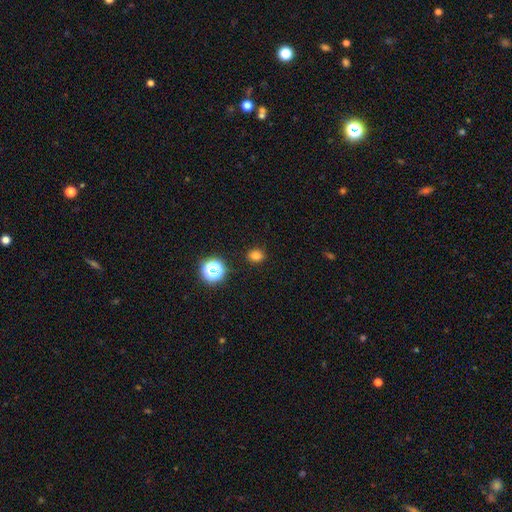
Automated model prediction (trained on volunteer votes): The model was most divided on "how rounded": round: 65%, in between: 34%, cigar-shaped: 1%. More confident: merging — none (89%); smooth or featured — smooth (78%).